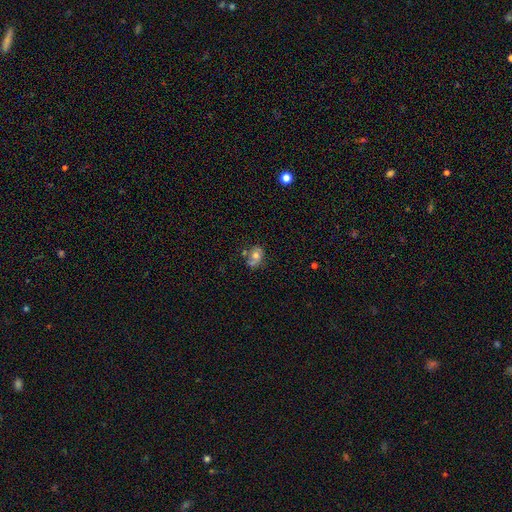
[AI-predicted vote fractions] Smooth or featured? smooth (57%)
How rounded? in between (50%)
Merging? none (47%)